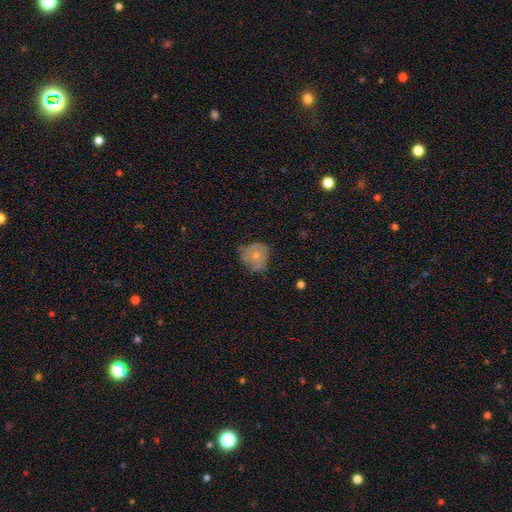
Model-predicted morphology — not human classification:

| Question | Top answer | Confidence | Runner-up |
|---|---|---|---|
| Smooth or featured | featured or disk | 47% | smooth (45%) |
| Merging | none | 58% | minor disturbance (30%) |